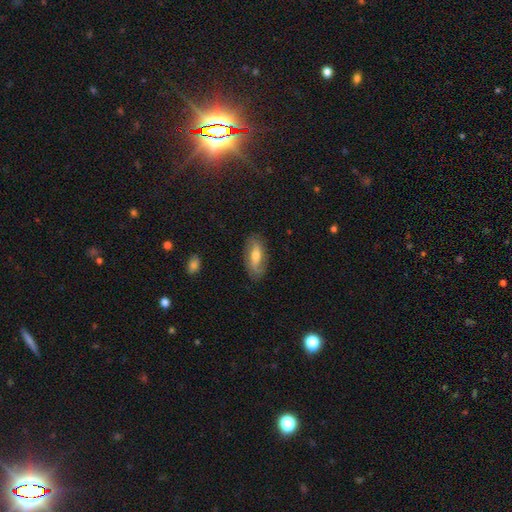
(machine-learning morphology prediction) This is possibly a featured or disk galaxy (49%). Merging: likely none (80%).